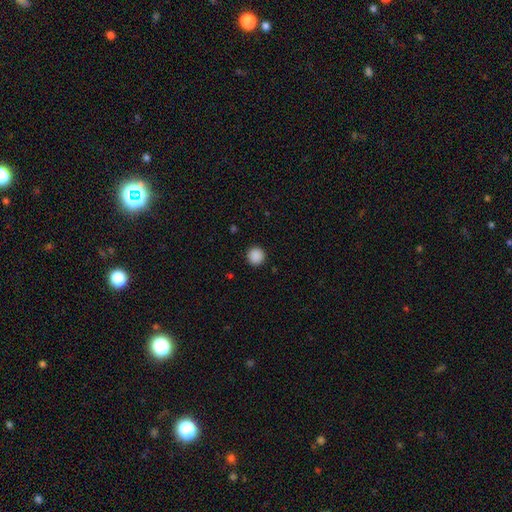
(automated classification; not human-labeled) smooth_or_featured: smooth (p=0.89) [alt: star or artifact p=0.09]
how_rounded: round (p=0.95) [alt: in between p=0.04]
merging: none (p=0.92) [alt: minor disturbance p=0.05]